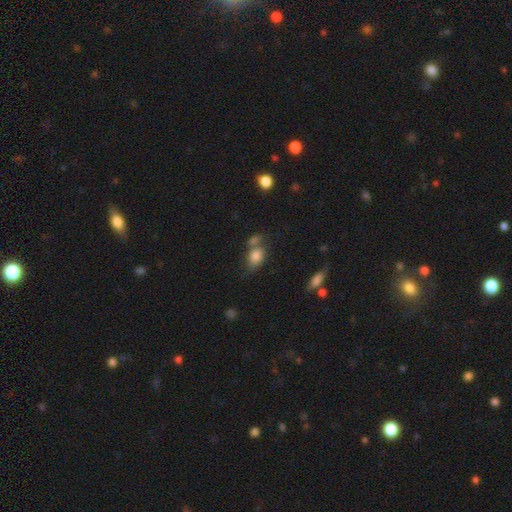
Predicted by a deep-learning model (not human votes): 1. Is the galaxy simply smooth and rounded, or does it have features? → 80% smooth, 10% featured or disk, 9% star or artifact.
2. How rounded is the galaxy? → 71% in between, 27% round, 2% cigar-shaped.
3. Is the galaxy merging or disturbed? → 45% none, 28% merger, 19% minor disturbance, 8% major disturbance.